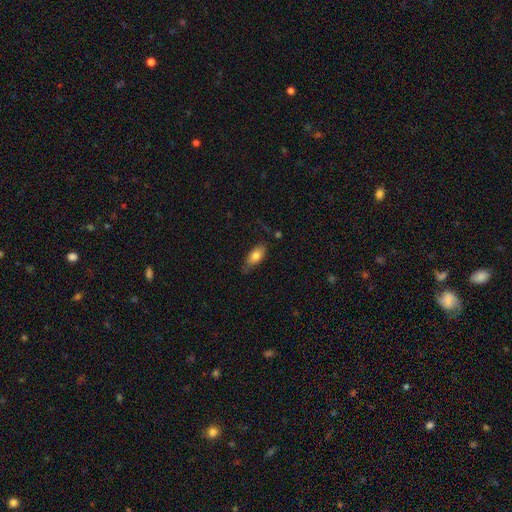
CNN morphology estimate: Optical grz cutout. It shows a smooth galaxy with no disk features (76%) that is in between round and cigar-shaped (86%). Merging: none (69%).